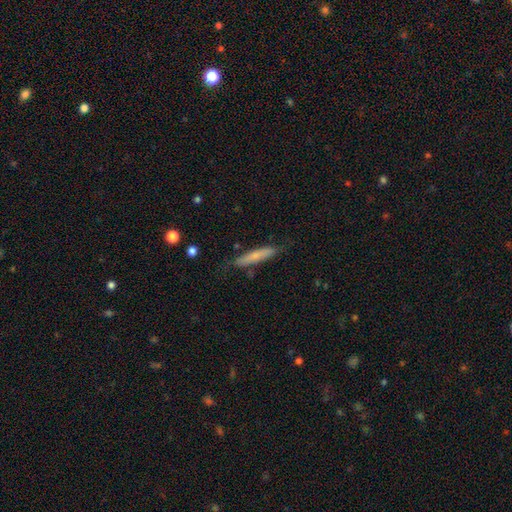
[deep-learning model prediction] Smooth or featured? Predicted: smooth (p=0.64). How rounded? Predicted: cigar-shaped (p=0.90). Merging? Predicted: none (p=0.78).